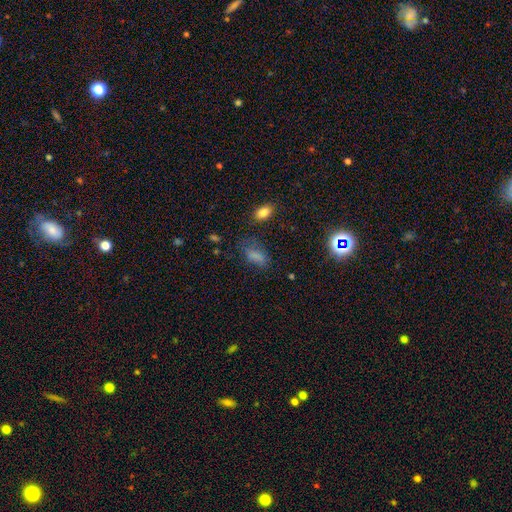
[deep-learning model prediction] smooth 75%, star or artifact 16%, featured or disk 9%. Down the decision tree: how rounded — in between (85%); merging — none (60%).